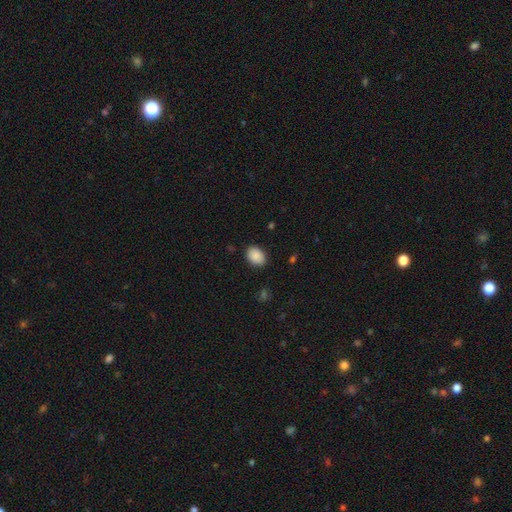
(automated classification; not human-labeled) Overall: smooth (89%). How rounded: in between (75%). Merging: none (85%).